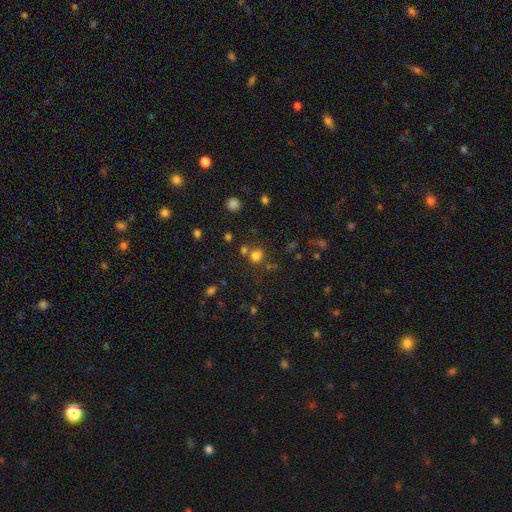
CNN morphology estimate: Smooth or featured: smooth — 71% (star or artifact — 21%)
How rounded: round — 81% (in between — 18%)
Merging: none — 59% (merger — 25%)